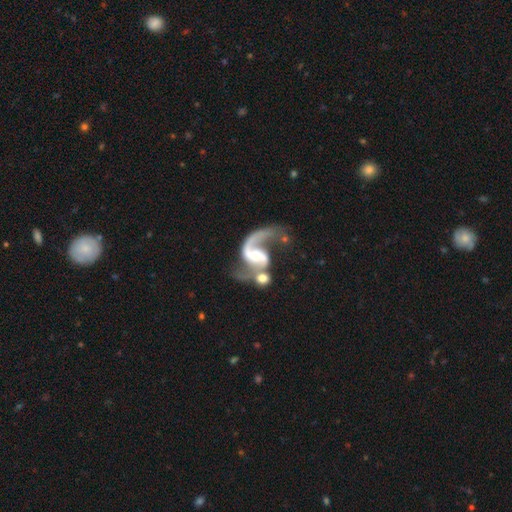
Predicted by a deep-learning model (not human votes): A featured or disk galaxy (90%) with no bar (41%), 2 (80%) loose (64%) spiral arms (97%) and a moderate central bulge (47%).

Vote fractions:
- Smooth or featured? featured or disk: 90% / star or artifact: 5% / smooth: 5%
- Edge-on disk? no: 98% / yes: 2%
- Bar? no: 41% / weak: 38% / strong: 20%
- Spiral arms? yes: 97% / no: 3%
- Spiral winding? loose: 64% / medium: 31% / tight: 5%
- Spiral arm count? 2: 80% / 1: 15% / can't tell: 2% / 3: 1% / 4: 1% / more than 4: 1%
- Bulge size? moderate: 47% / small: 43% / large: 5% / none: 4% / dominant: 1%
- Merging? merger: 36% / none: 33% / major disturbance: 18% / minor disturbance: 12%